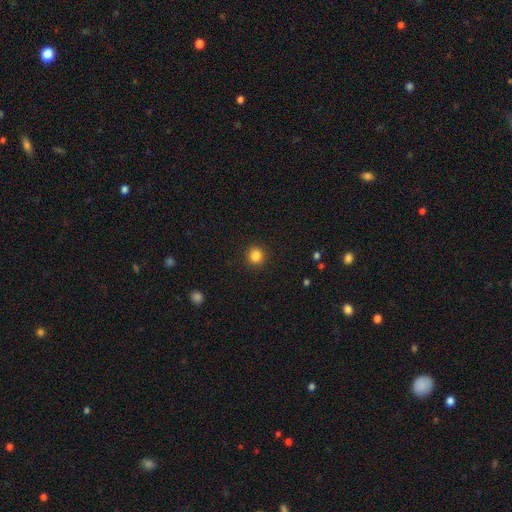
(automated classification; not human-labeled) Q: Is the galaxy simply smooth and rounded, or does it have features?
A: smooth — 85%.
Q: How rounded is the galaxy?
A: round — 93%.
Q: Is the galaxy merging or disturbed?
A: none — 92%.